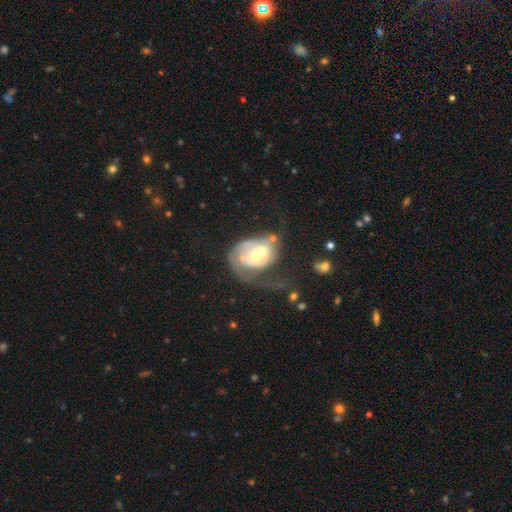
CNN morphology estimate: Q: Smooth or featured?
A: featured or disk (70%); runner-up: smooth (23%)
Q: Edge-on disk?
A: no (97%); runner-up: yes (3%)
Q: Bar?
A: no (76%); runner-up: weak (20%)
Q: Spiral arms?
A: yes (69%); runner-up: no (31%)
Q: Bulge size?
A: moderate (54%); runner-up: small (35%)
Q: Merging?
A: merger (38%); runner-up: major disturbance (34%)